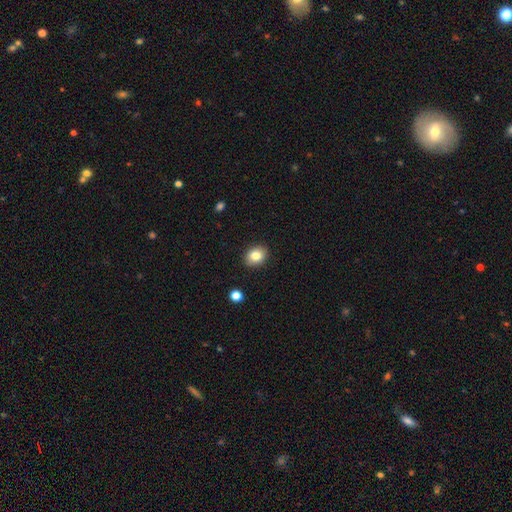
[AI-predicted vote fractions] A smooth galaxy with no disk features (82%) that is in between round and cigar-shaped (54%).

Vote fractions:
- Smooth or featured? smooth: 82% / star or artifact: 9% / featured or disk: 8%
- How rounded? in between: 54% / round: 45% / cigar-shaped: 1%
- Merging? none: 89% / minor disturbance: 8% / major disturbance: 2% / merger: 1%